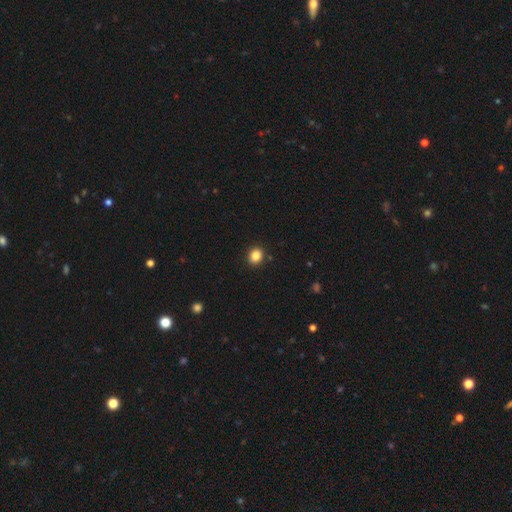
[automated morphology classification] This appears to be a smooth galaxy with no disk features (87%) that is round (63%). Merging: none (90%).